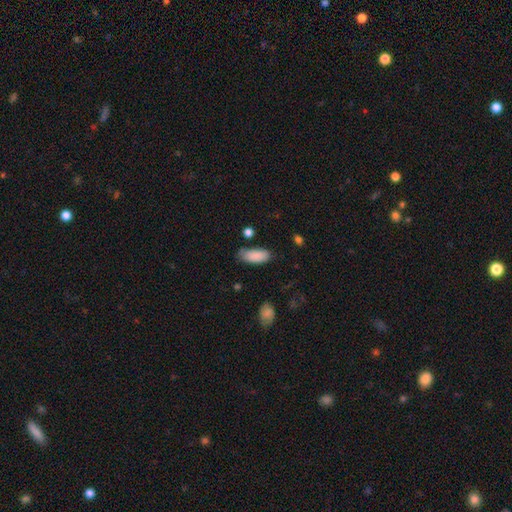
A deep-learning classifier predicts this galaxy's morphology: Smooth or featured?
  - smooth: 88% *
  - star or artifact: 7%
  - featured or disk: 6%
How rounded?
  - in between: 85% *
  - cigar-shaped: 13%
  - round: 2%
Merging?
  - none: 70% *
  - minor disturbance: 22%
  - major disturbance: 5%
  - merger: 3%